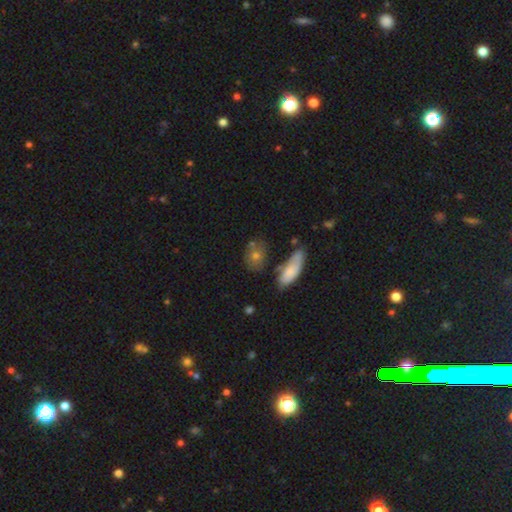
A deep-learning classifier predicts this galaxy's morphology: This is likely a smooth galaxy (67%). How rounded: possibly in between (54%). Merging: likely none (60%).